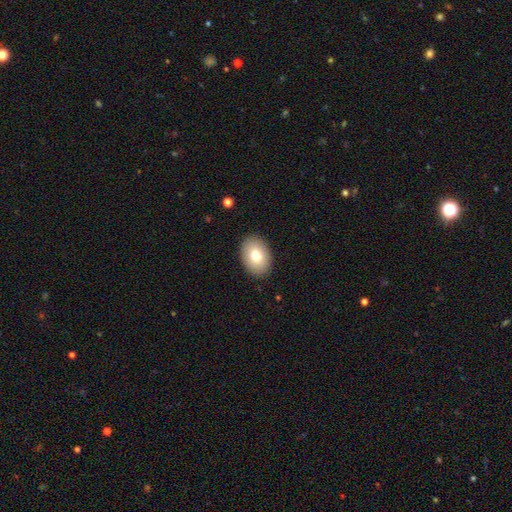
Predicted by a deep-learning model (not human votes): This appears to be a smooth galaxy with no disk features (78%) that is in between round and cigar-shaped (81%). Merging: none (89%).